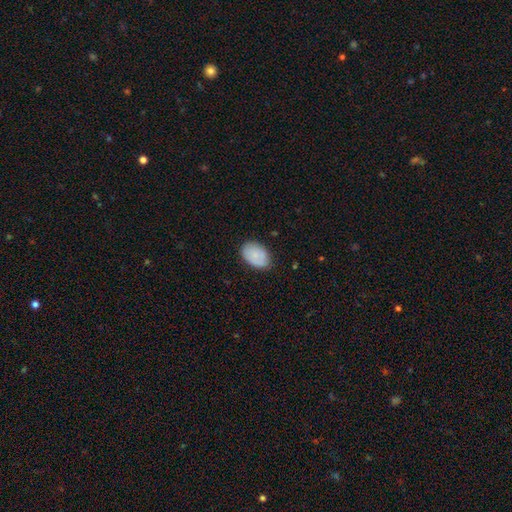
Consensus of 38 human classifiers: Smooth or featured: smooth — 87% (featured or disk — 11%)
How rounded: in between — 94% (round — 6%)
Merging: none — 81% (minor disturbance — 8%)